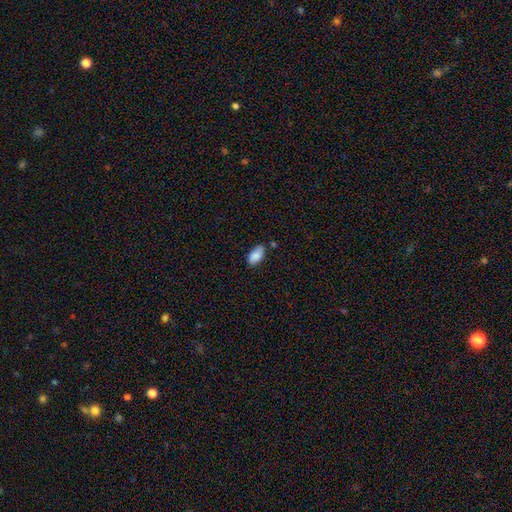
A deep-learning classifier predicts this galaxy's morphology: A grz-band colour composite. It shows a smooth galaxy with no disk features (86%) that is in between round and cigar-shaped (93%). Merging: none (71%).